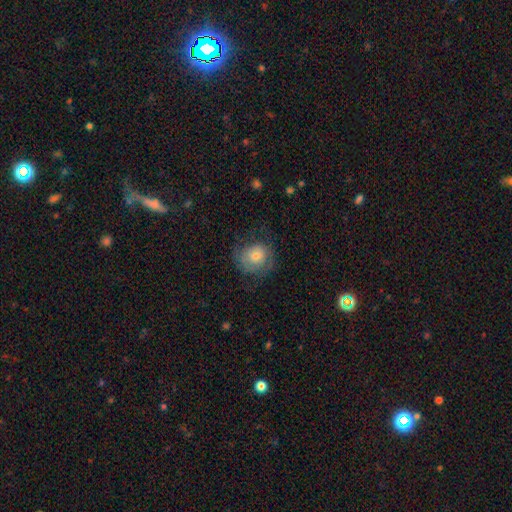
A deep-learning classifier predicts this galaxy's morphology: A smooth galaxy with no disk features (60%) that is round (80%). Merging: none (65%).